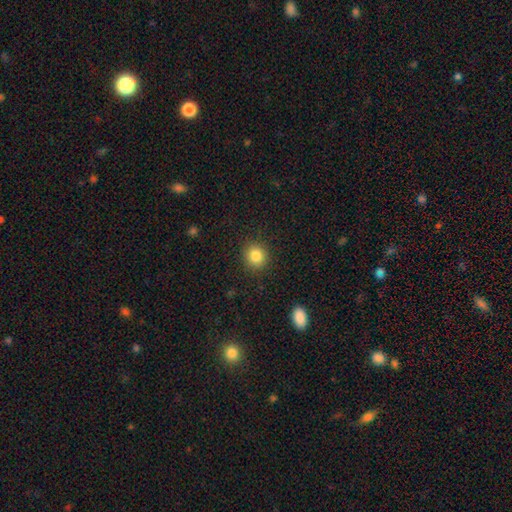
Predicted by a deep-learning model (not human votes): This is clearly a smooth galaxy (84%). How rounded: clearly round (86%). Merging: clearly none (89%).